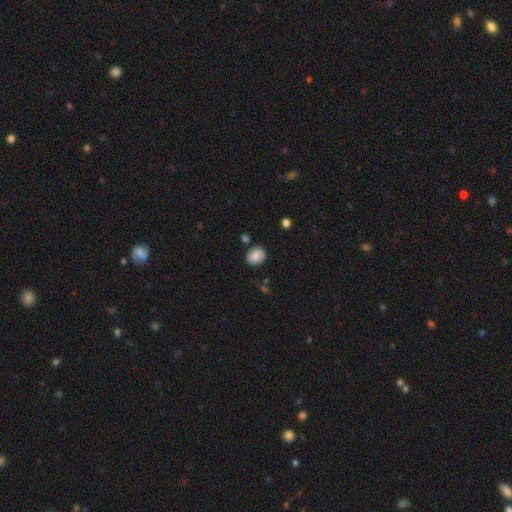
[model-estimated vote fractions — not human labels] smooth-or-featured: smooth: 82% | featured or disk: 10% | star or artifact: 8%
  how-rounded: round: 64% | in between: 35% | cigar-shaped: 1%
  merging: none: 80% | minor disturbance: 13% | merger: 4% | major disturbance: 3%